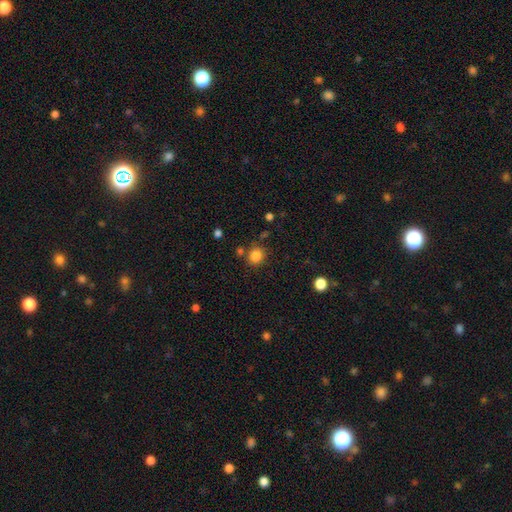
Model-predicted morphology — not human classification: This is clearly a smooth galaxy (84%). How rounded: clearly round (82%). Merging: likely none (79%).